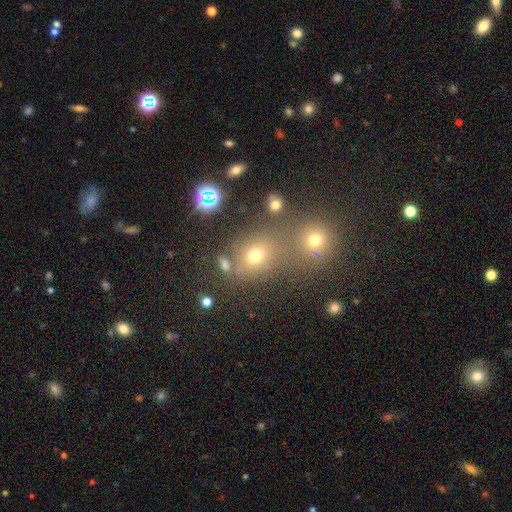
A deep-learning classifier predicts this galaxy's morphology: smooth-or-featured: smooth: 64% | star or artifact: 25% | featured or disk: 11%
  how-rounded: round: 63% | in between: 35% | cigar-shaped: 1%
  merging: none: 56% | merger: 28% | minor disturbance: 11% | major disturbance: 5%